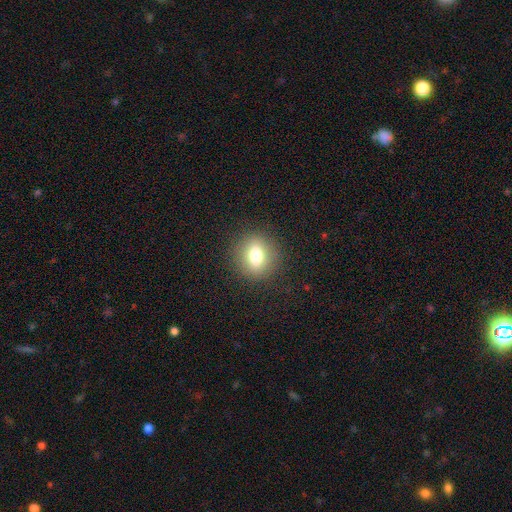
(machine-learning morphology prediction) Smooth or featured? smooth (75%)
How rounded? round (71%)
Merging? none (89%)